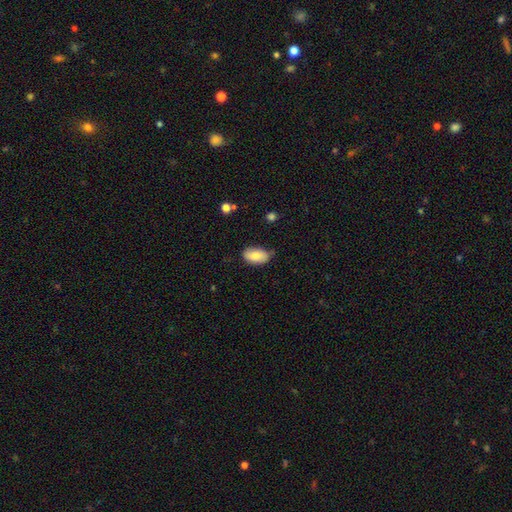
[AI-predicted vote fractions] smooth 80%, featured or disk 13%, star or artifact 7%. Down the decision tree: how rounded — in between (94%); merging — none (71%).